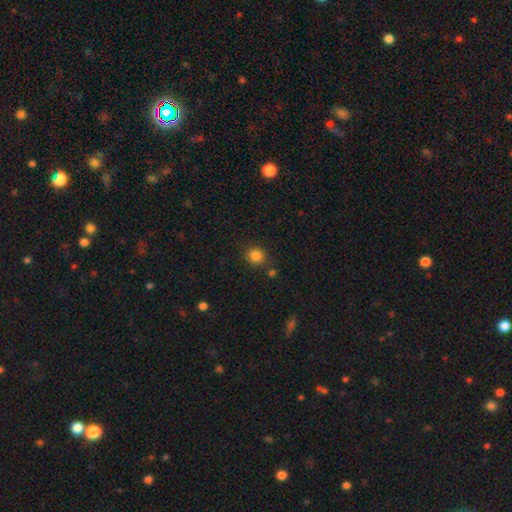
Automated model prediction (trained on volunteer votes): Q: Smooth or featured?
A: smooth (84%); runner-up: star or artifact (12%)
Q: How rounded?
A: round (86%); runner-up: in between (13%)
Q: Merging?
A: none (82%); runner-up: minor disturbance (10%)